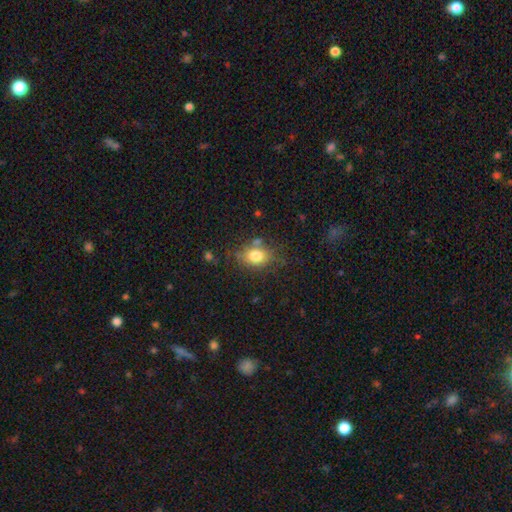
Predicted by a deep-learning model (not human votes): Smooth or featured: smooth — 77% (featured or disk — 12%)
How rounded: in between — 61% (round — 37%)
Merging: none — 67% (minor disturbance — 19%)